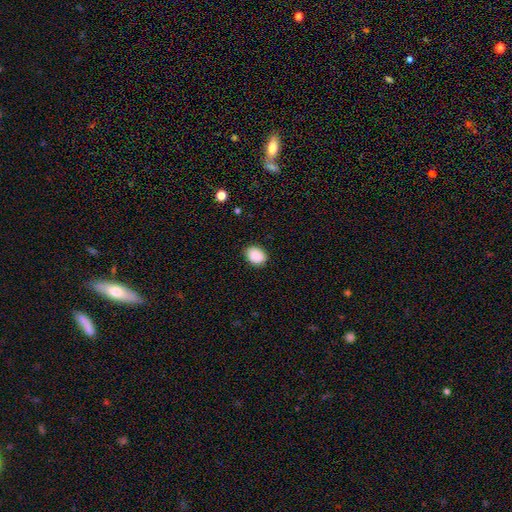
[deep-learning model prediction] Smooth or featured? Predicted: smooth (p=0.90). How rounded? Predicted: in between (p=0.67). Merging? Predicted: none (p=0.86).